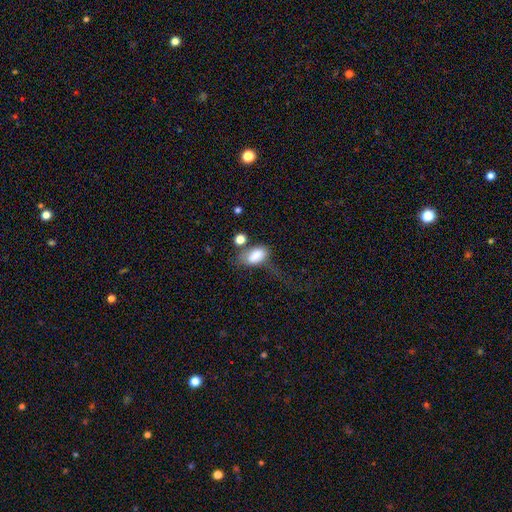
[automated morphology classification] Smooth or featured? smooth (79%)
How rounded? in between (90%)
Merging? major disturbance (31%)